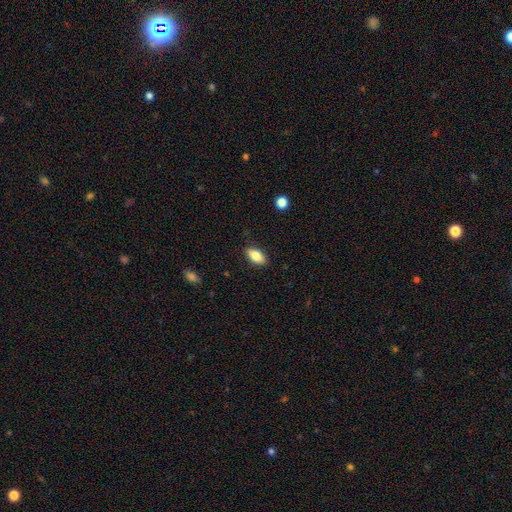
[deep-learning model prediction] Overall: smooth (79%). How rounded: in between (87%). Merging: none (86%).